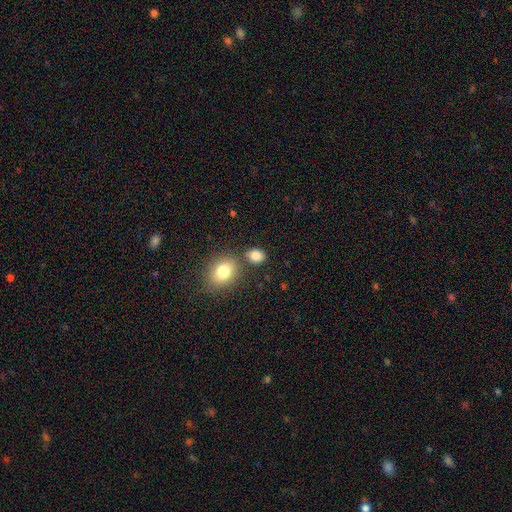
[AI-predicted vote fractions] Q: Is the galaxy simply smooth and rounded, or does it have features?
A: smooth — 84%.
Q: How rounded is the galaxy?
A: in between — 54%.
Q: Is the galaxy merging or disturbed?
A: none — 68%.